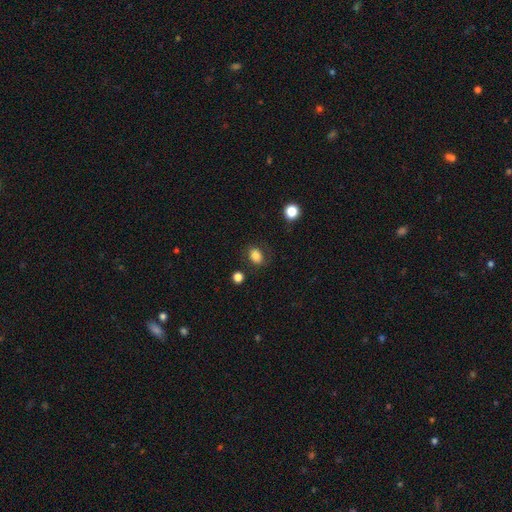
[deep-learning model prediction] Morphology: type=smooth (82%); roundness=in between (65%); merging=none (77%).